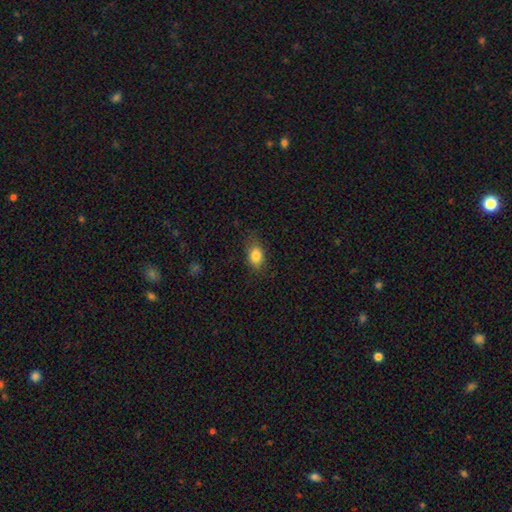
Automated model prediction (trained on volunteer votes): Morphology: type=smooth (83%); roundness=in between (78%); merging=none (76%).